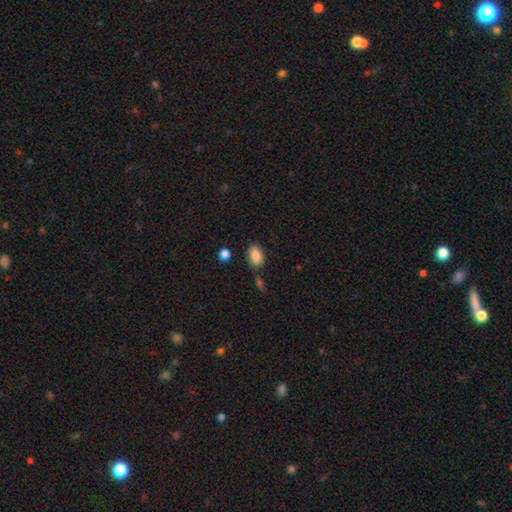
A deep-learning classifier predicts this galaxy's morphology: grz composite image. It shows a smooth galaxy with no disk features (87%) that is in between round and cigar-shaped (89%). Merging: none (73%).